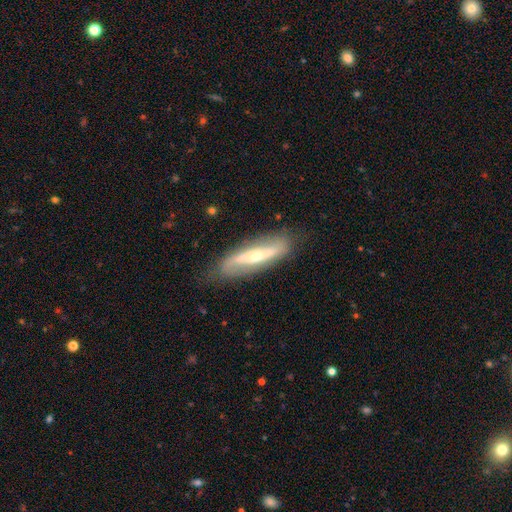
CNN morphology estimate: smooth-or-featured: featured or disk: 70% | smooth: 24% | star or artifact: 6%
  disk-edge-on: no: 67% | yes: 33%
  merging: none: 77% | minor disturbance: 16% | major disturbance: 5% | merger: 2%